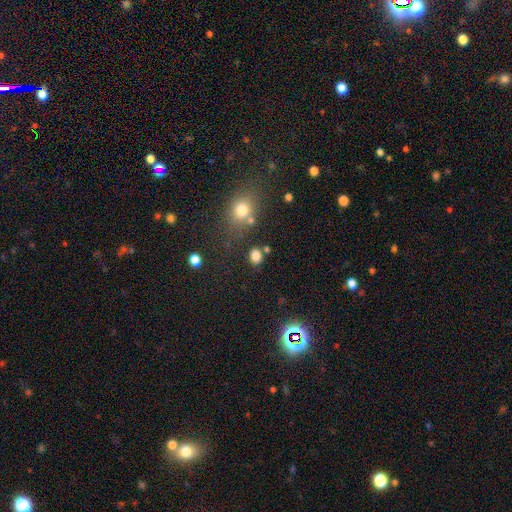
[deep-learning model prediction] Smooth or featured? Predicted: smooth (p=0.82). How rounded? Predicted: round (p=0.53). Merging? Predicted: none (p=0.77).